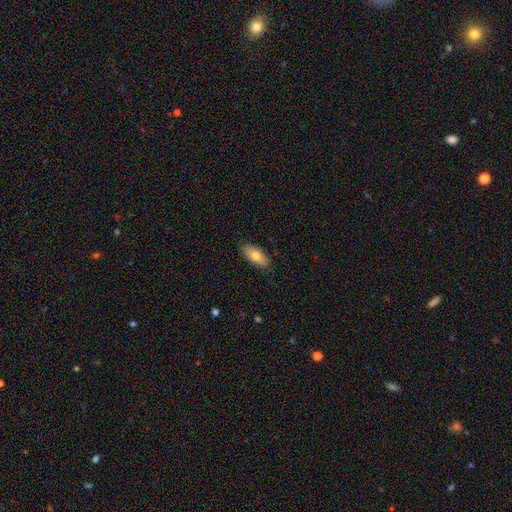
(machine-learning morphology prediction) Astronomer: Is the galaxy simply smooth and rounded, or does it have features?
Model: smooth — 77%.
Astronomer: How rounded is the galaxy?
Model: in between — 84%.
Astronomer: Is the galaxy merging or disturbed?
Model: none — 86%.